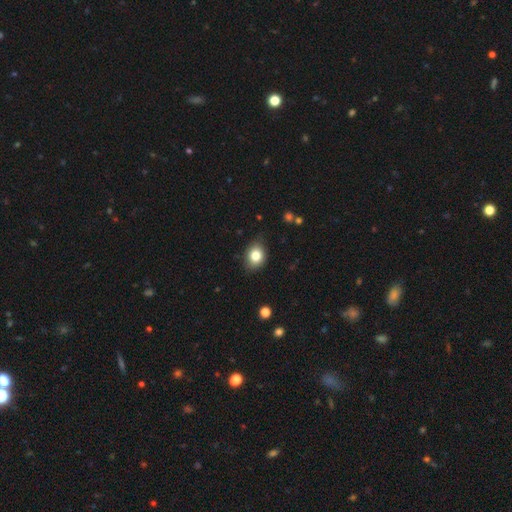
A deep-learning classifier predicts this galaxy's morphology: smooth-or-featured: smooth: 81% | star or artifact: 10% | featured or disk: 9%
  how-rounded: in between: 52% | round: 47% | cigar-shaped: 1%
  merging: none: 81% | minor disturbance: 15% | major disturbance: 3% | merger: 1%